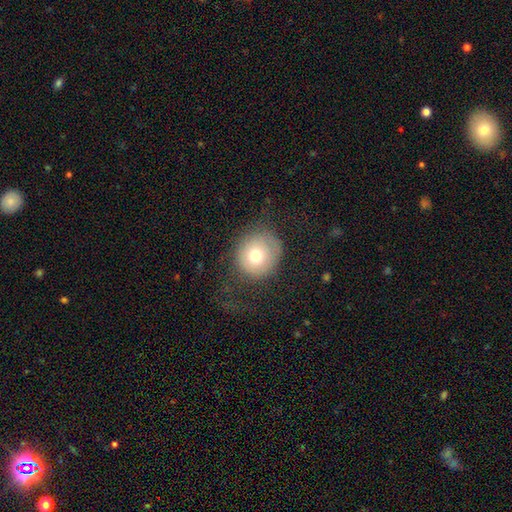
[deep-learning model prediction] Overall: smooth (73%). How rounded: round (88%). Merging: none (66%).